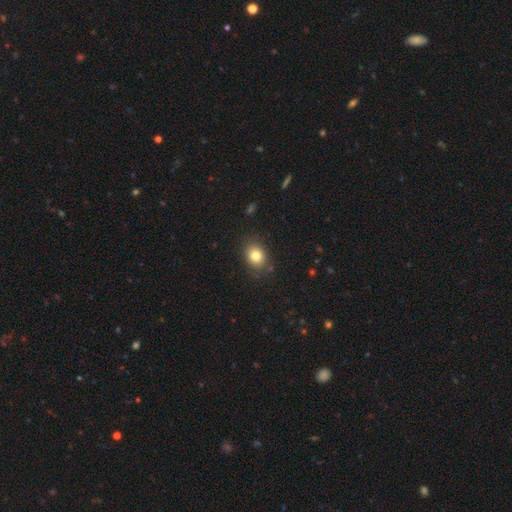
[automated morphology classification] The model was most divided on "how rounded": in between: 51%, round: 48%, cigar-shaped: 1%. More confident: merging — none (84%); smooth or featured — smooth (81%).